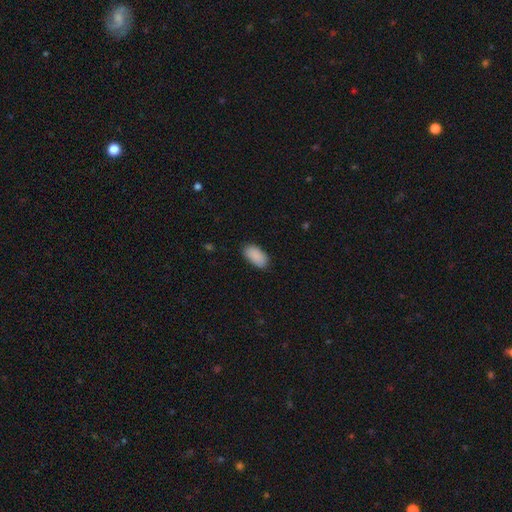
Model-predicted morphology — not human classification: A smooth galaxy with no disk features (90%) that is in between round and cigar-shaped (94%).

Vote fractions:
- Smooth or featured? smooth: 90% / star or artifact: 7% / featured or disk: 3%
- How rounded? in between: 94% / round: 3% / cigar-shaped: 3%
- Merging? none: 85% / minor disturbance: 12% / major disturbance: 2% / merger: 1%